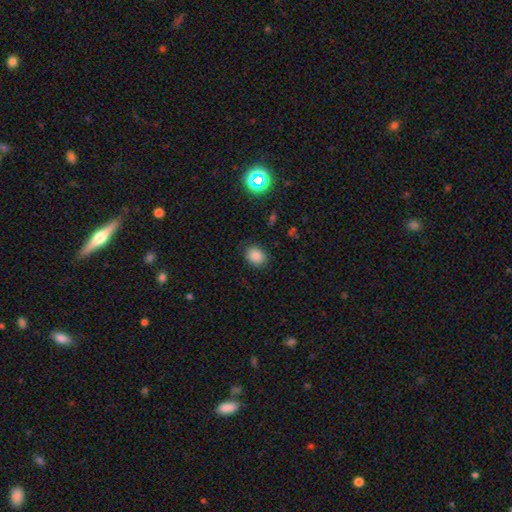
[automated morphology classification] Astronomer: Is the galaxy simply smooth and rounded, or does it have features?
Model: smooth — 84%.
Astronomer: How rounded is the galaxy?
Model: in between — 55% (runner-up: round, 44%).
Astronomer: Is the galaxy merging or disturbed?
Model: none — 83%.